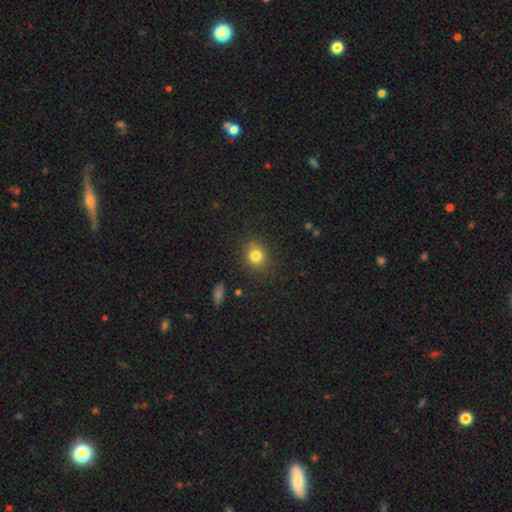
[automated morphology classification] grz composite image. It shows a smooth galaxy with no disk features (81%) that is round (79%). Merging: none (84%).